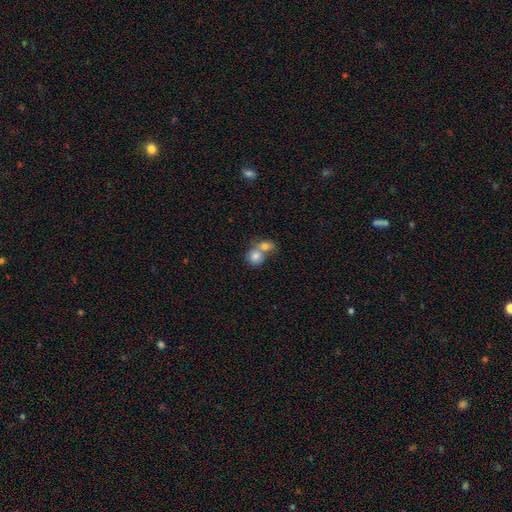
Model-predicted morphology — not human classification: Q: Smooth or featured?
A: smooth (77%); runner-up: featured or disk (15%)
Q: How rounded?
A: round (72%); runner-up: in between (27%)
Q: Merging?
A: merger (68%); runner-up: none (23%)